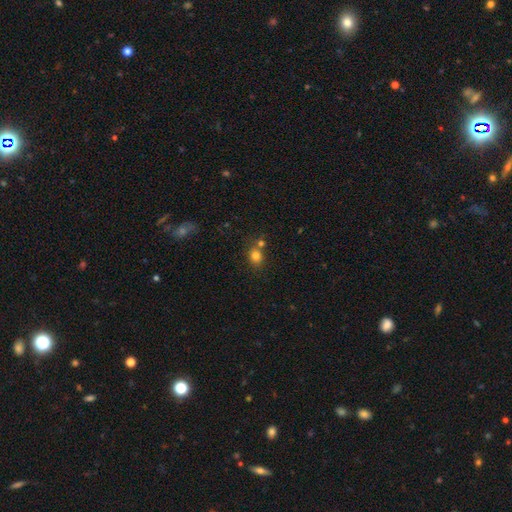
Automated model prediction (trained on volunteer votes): Overall: smooth (78%). How rounded: round (59%; in between 39%). Merging: none (64%).